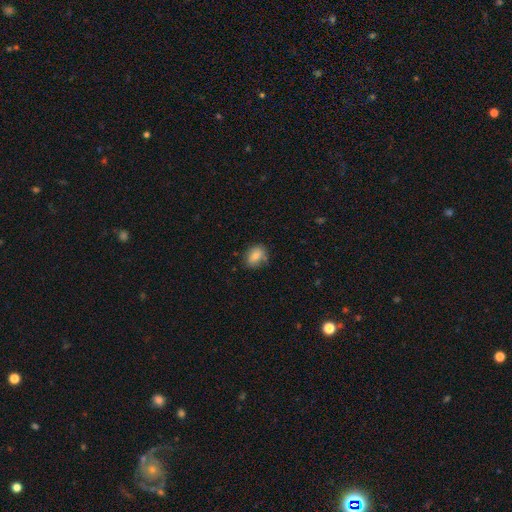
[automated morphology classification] A smooth galaxy with no disk features (78%) that is in between round and cigar-shaped (68%).

Vote fractions:
- Smooth or featured? smooth: 78% / featured or disk: 13% / star or artifact: 9%
- How rounded? in between: 68% / round: 30% / cigar-shaped: 2%
- Merging? none: 73% / minor disturbance: 20% / major disturbance: 4% / merger: 4%